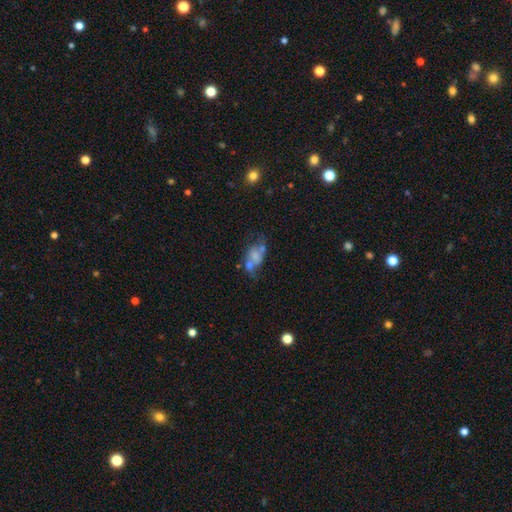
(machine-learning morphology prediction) smooth_or_featured: smooth (p=0.44) [tied with: featured or disk p=0.44]
merging: merger (p=0.32) [alt: none p=0.27]